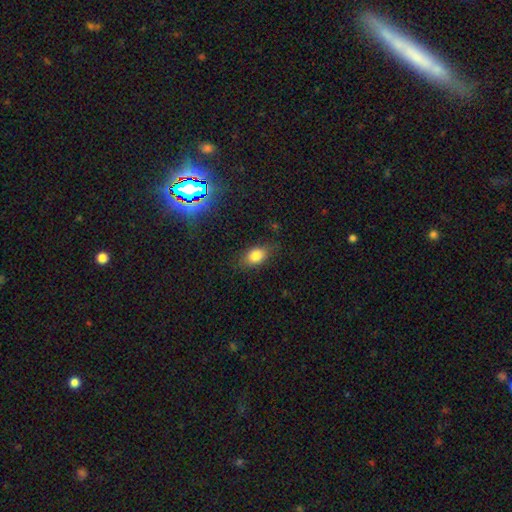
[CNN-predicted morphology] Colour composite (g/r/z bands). It shows a smooth galaxy with no disk features (80%) that is in between round and cigar-shaped (80%). Merging: none (75%).